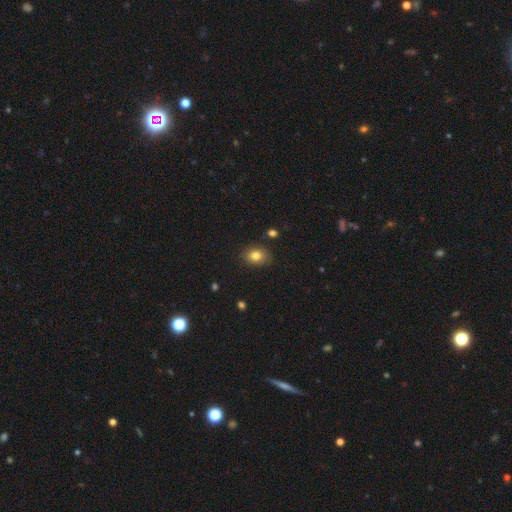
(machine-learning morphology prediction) smooth-or-featured: smooth: 82% | star or artifact: 11% | featured or disk: 8%
  how-rounded: in between: 63% | round: 36% | cigar-shaped: 1%
  merging: none: 84% | minor disturbance: 11% | major disturbance: 3% | merger: 2%